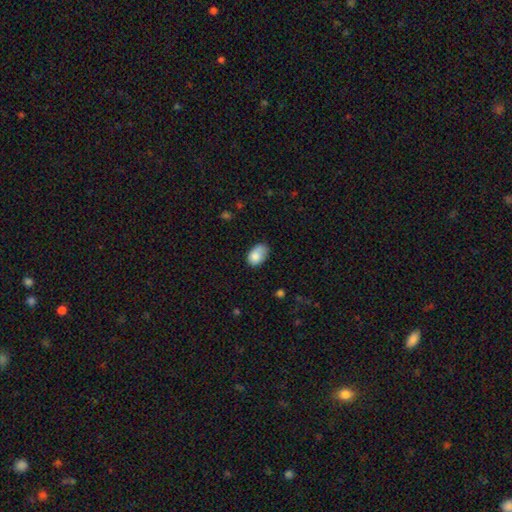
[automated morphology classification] Smooth or featured? Predicted: smooth (p=0.84). How rounded? Predicted: in between (p=0.86). Merging? Predicted: none (p=0.53).